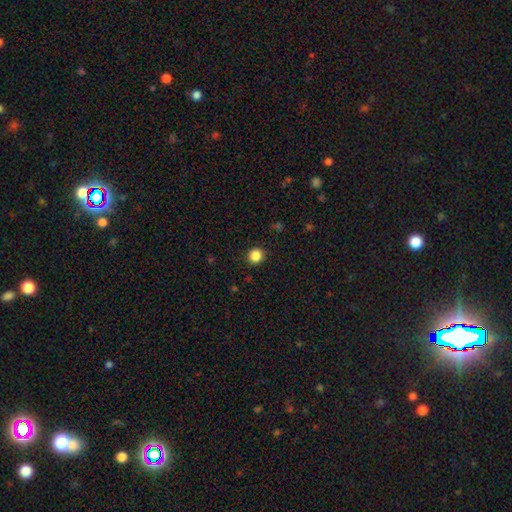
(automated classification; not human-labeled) smooth_or_featured: smooth (p=0.86) [alt: star or artifact p=0.11]
how_rounded: round (p=0.94) [alt: in between p=0.05]
merging: none (p=0.92) [alt: minor disturbance p=0.05]